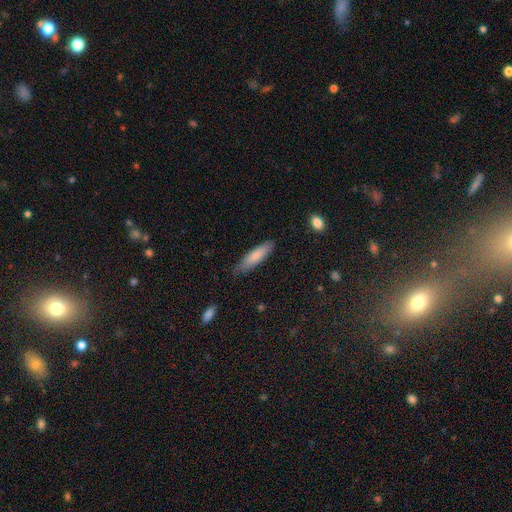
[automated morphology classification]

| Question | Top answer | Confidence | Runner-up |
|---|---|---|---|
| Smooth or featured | smooth | 80% | featured or disk (15%) |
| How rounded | cigar-shaped | 69% | in between (30%) |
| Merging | none | 79% | minor disturbance (17%) |